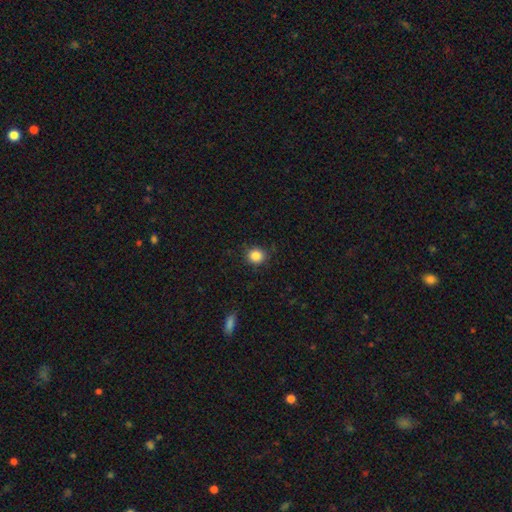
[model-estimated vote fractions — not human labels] Overall: smooth (85%). How rounded: round (88%). Merging: none (88%).